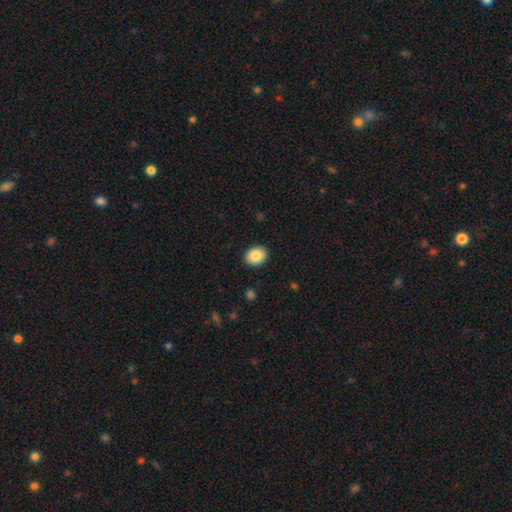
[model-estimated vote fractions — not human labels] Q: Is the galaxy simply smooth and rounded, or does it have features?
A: smooth — 87%.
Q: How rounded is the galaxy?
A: in between — 54%.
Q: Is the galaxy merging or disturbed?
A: none — 90%.